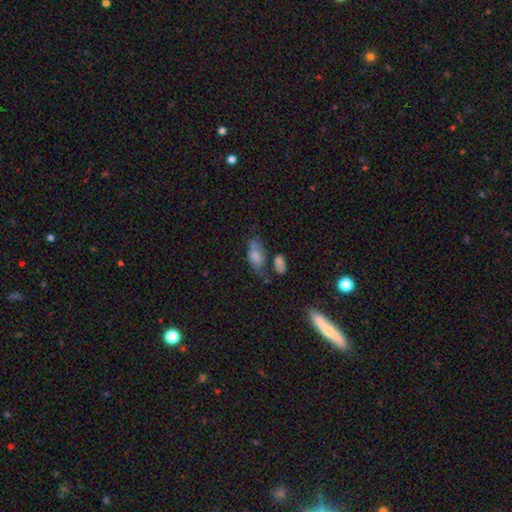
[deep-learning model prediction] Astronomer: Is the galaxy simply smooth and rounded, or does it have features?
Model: smooth — 71%.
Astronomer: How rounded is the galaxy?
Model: in between — 91%.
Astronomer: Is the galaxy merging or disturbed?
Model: none — 37% (runner-up: minor disturbance, 26%).